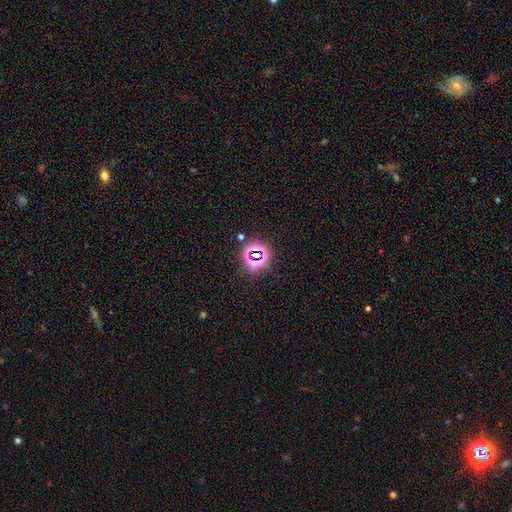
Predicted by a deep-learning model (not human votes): Overall: star or artifact (72%).